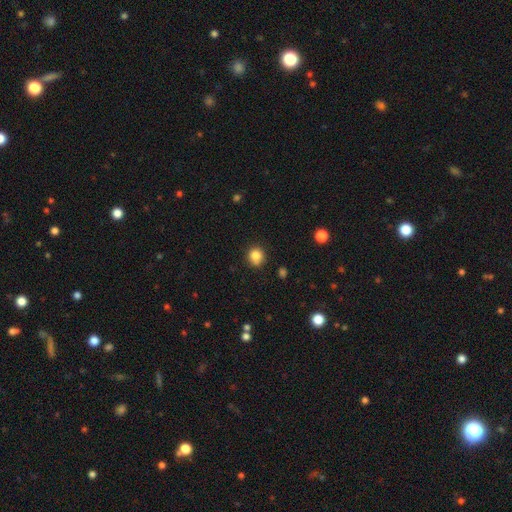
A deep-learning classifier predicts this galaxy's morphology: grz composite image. It shows a smooth galaxy with no disk features (83%) that is round (87%). Merging: none (80%).